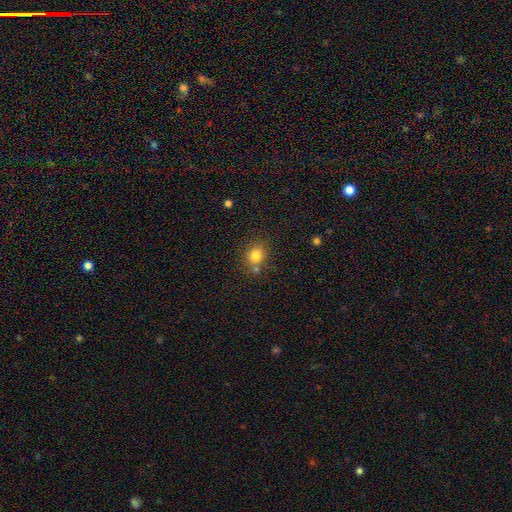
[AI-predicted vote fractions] Smooth or featured? smooth (80%)
How rounded? round (79%)
Merging? none (67%)